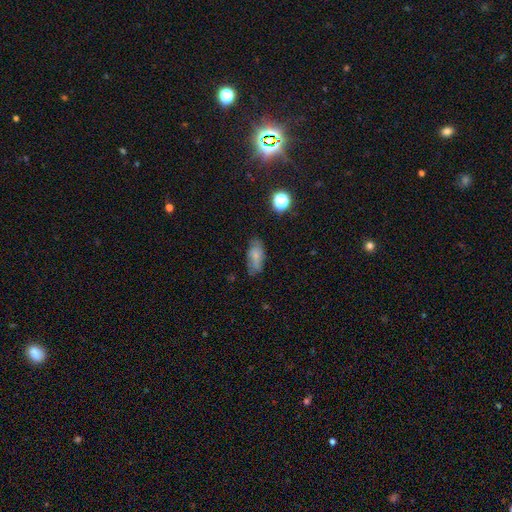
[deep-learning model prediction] Smooth or featured?
  - smooth: 66% *
  - featured or disk: 24%
  - star or artifact: 10%
How rounded?
  - in between: 87% *
  - cigar-shaped: 9%
  - round: 4%
Merging?
  - none: 70% *
  - minor disturbance: 22%
  - major disturbance: 6%
  - merger: 2%